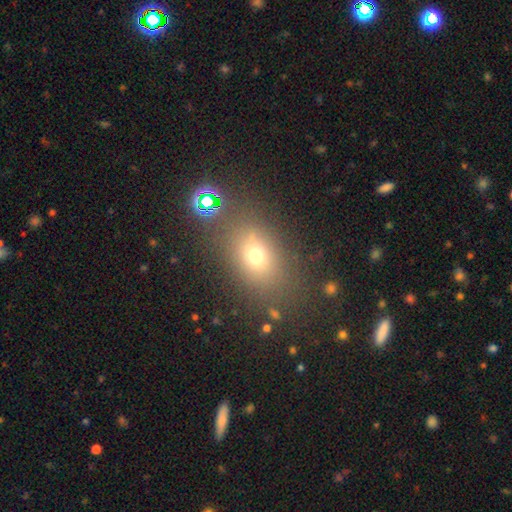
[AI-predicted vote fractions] smooth_or_featured: smooth (p=0.66) [alt: star or artifact p=0.21]
how_rounded: in between (p=0.63) [alt: round p=0.34]
merging: none (p=0.76) [alt: minor disturbance p=0.12]